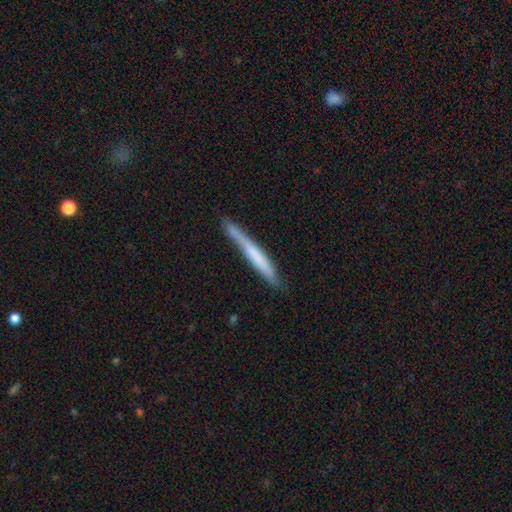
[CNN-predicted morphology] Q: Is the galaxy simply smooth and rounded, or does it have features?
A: smooth — 55%.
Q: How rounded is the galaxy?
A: cigar-shaped — 96%.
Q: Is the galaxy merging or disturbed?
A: none — 76%.